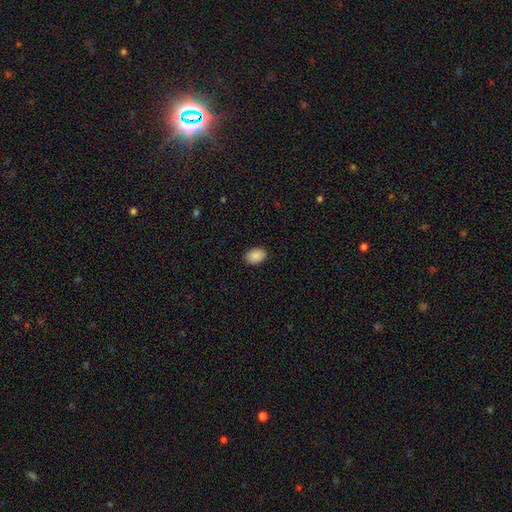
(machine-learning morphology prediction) This appears to be a smooth galaxy with no disk features (89%) that is in between round and cigar-shaped (82%). Merging: none (89%).